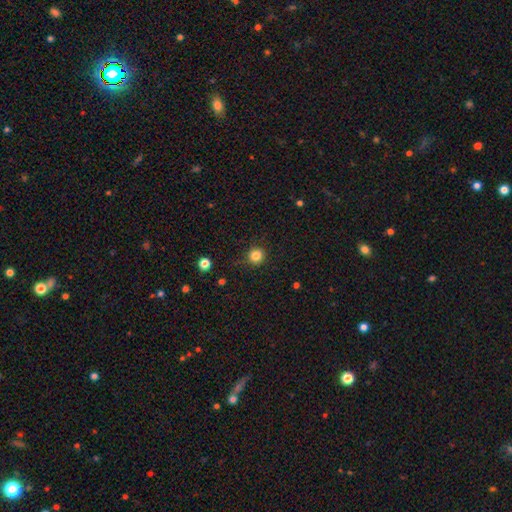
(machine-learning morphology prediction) type=smooth (82%); roundness=round (93%); merging=none (86%).